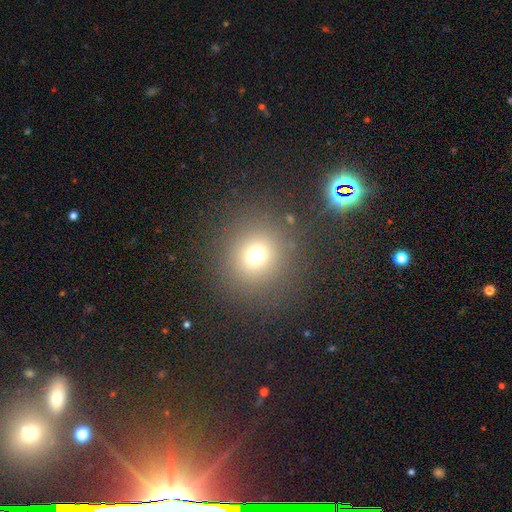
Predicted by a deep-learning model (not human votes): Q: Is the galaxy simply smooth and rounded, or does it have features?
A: smooth — 70%.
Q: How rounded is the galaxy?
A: round — 90%.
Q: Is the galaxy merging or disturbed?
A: none — 84%.